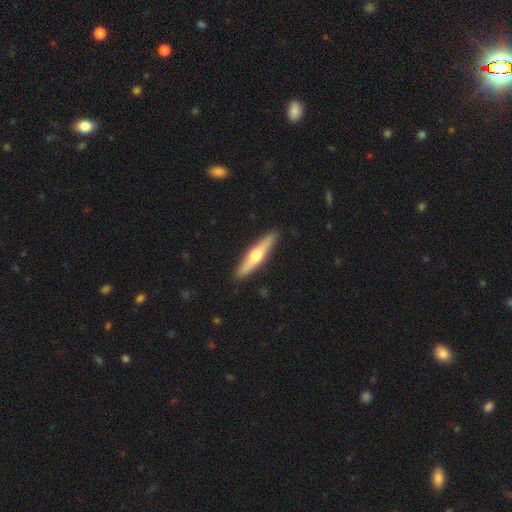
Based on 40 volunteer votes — This is possibly a smooth galaxy (50%). How rounded: clearly cigar-shaped (100%). Merging: clearly none (97%).